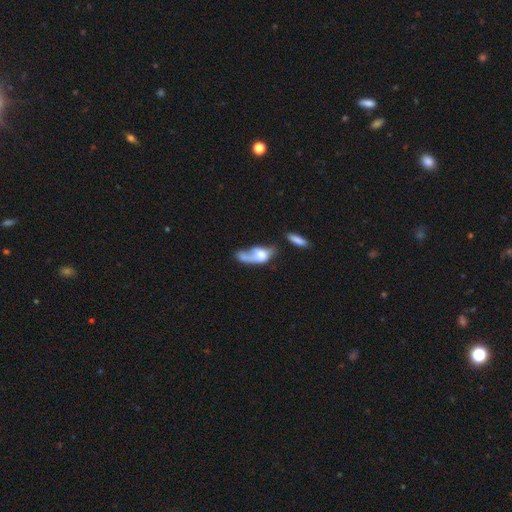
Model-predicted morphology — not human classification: Smooth or featured: smooth — 49% (featured or disk — 42%)
Merging: major disturbance — 37% (merger — 32%)